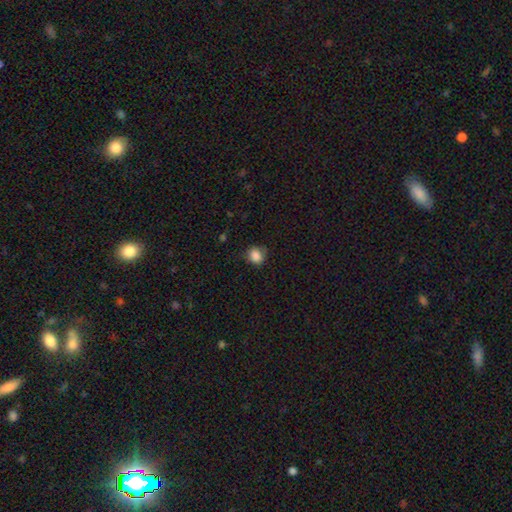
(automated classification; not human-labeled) A smooth galaxy with no disk features (86%) that is round (57%). Merging: none (67%).